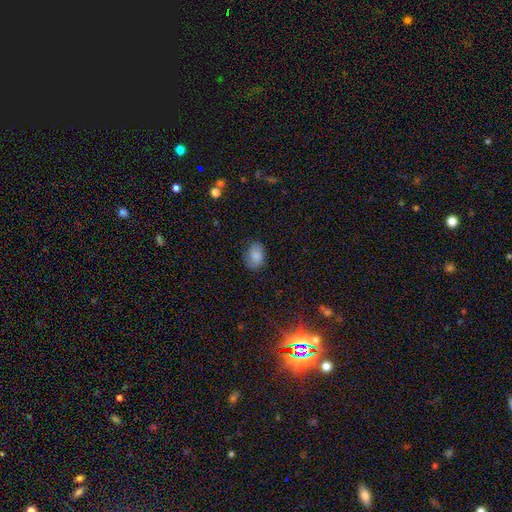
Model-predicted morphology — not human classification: Smooth or featured: smooth — 78% (featured or disk — 14%)
How rounded: in between — 79% (round — 20%)
Merging: none — 75% (minor disturbance — 19%)